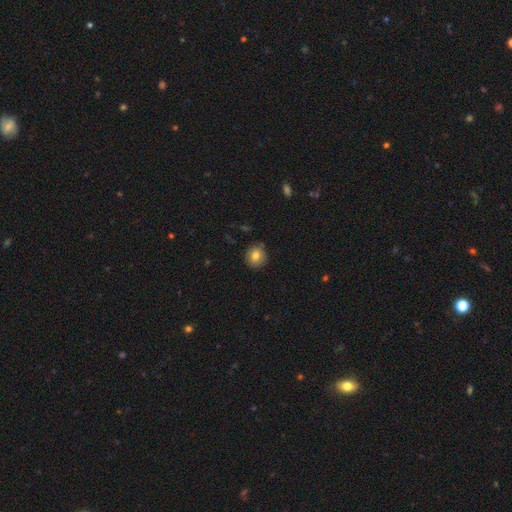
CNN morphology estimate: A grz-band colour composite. It shows a smooth galaxy with no disk features (79%) that is round (90%). Merging: none (87%).